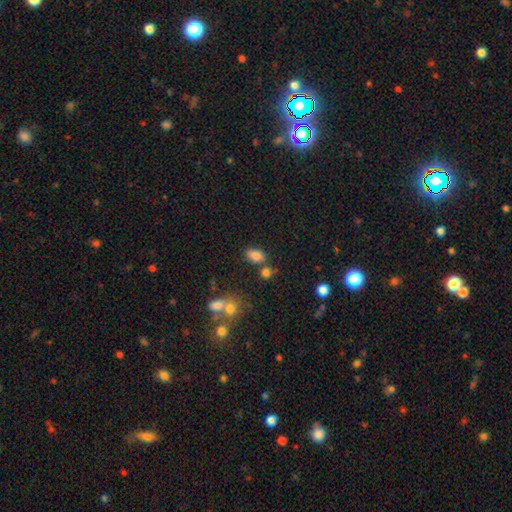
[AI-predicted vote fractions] Q: Smooth or featured?
A: smooth (83%); runner-up: star or artifact (11%)
Q: How rounded?
A: in between (88%); runner-up: round (10%)
Q: Merging?
A: none (67%); runner-up: merger (16%)